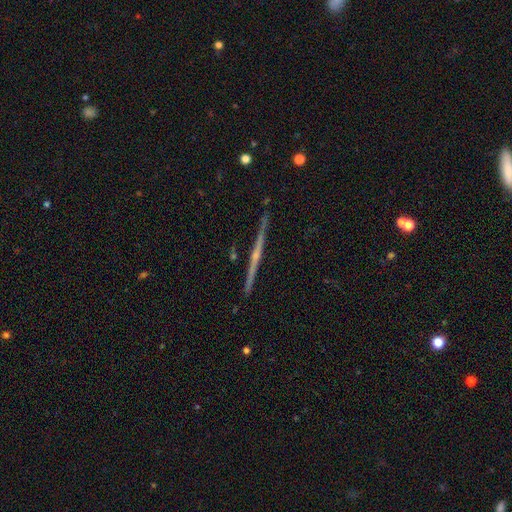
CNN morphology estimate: A featured or disk galaxy (82%) viewed edge-on (99%) with a rounded central bulge (60%). Merging: none (92%).